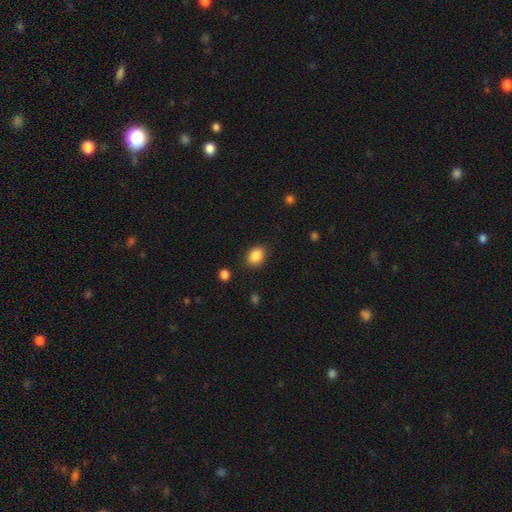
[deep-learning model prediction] This is clearly a smooth galaxy (87%). How rounded: possibly in between (60%). Merging: clearly none (84%).